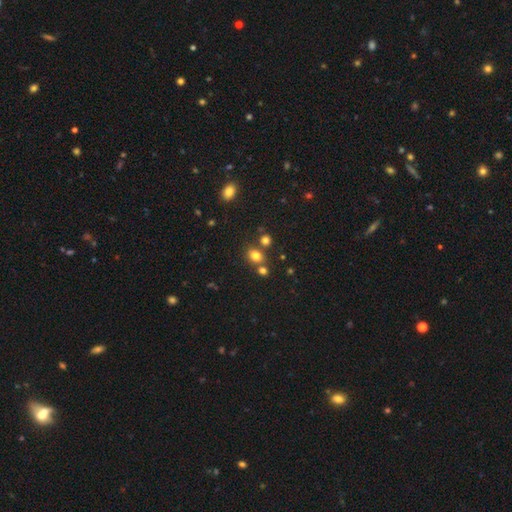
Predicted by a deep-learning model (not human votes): This is likely a smooth galaxy (76%). How rounded: possibly round (59%). Merging: likely none (67%).